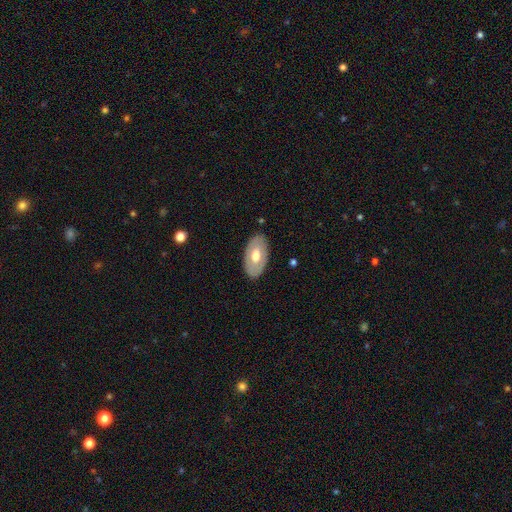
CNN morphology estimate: type=smooth (51%); roundness=in between (94%); merging=none (85%).